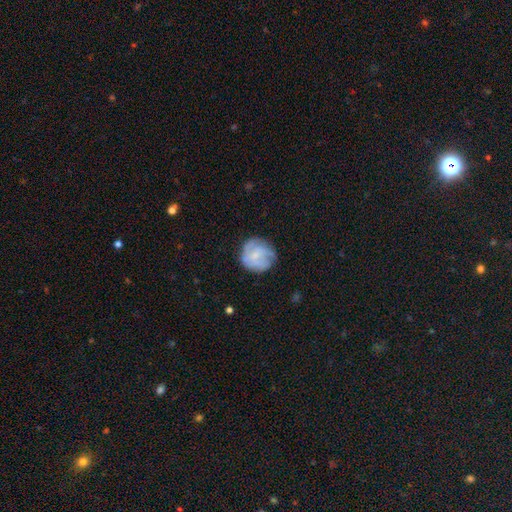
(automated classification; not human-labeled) Morphology: type=smooth (50%); roundness=round (90%); merging=none (71%).